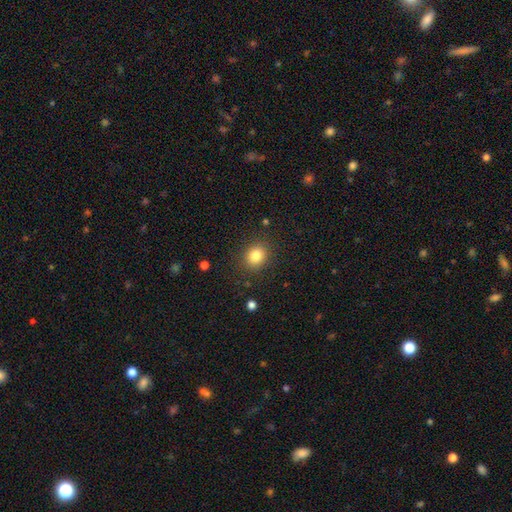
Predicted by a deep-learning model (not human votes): Smooth or featured: smooth — 82% (star or artifact — 11%)
How rounded: round — 65% (in between — 34%)
Merging: none — 86% (minor disturbance — 9%)